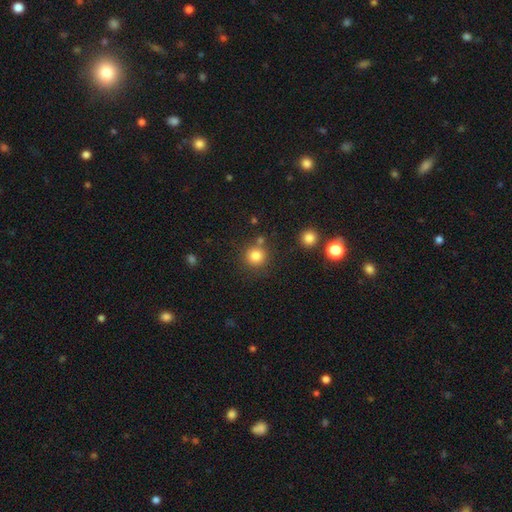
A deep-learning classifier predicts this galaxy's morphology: smooth-or-featured: smooth: 83% | star or artifact: 12% | featured or disk: 5%
  how-rounded: round: 92% | in between: 7% | cigar-shaped: 1%
  merging: none: 78% | merger: 10% | minor disturbance: 9% | major disturbance: 3%